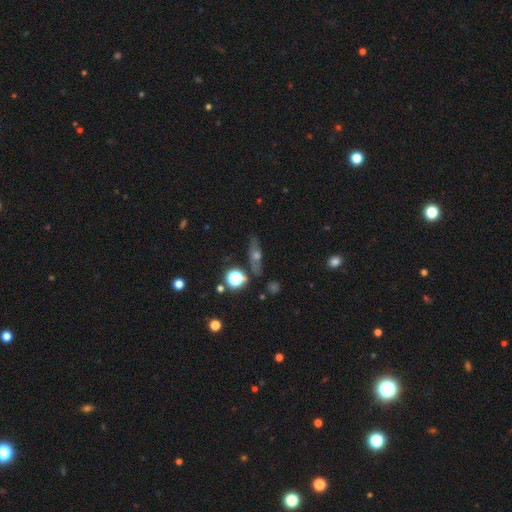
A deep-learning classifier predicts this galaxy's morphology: Smooth or featured? featured or disk (48%)
Merging? none (81%)